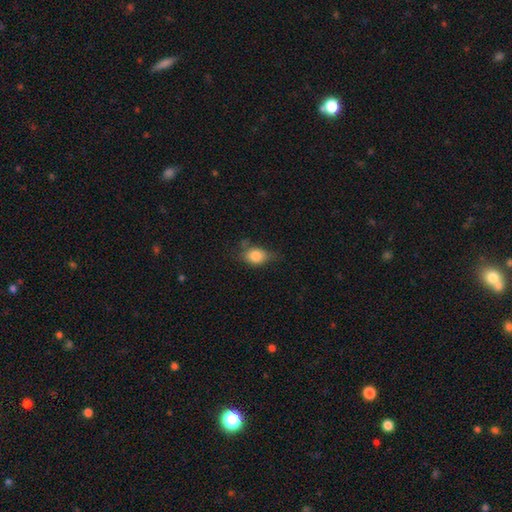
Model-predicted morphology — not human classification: This is likely a smooth galaxy (79%). How rounded: likely in between (65%). Merging: possibly none (47%).